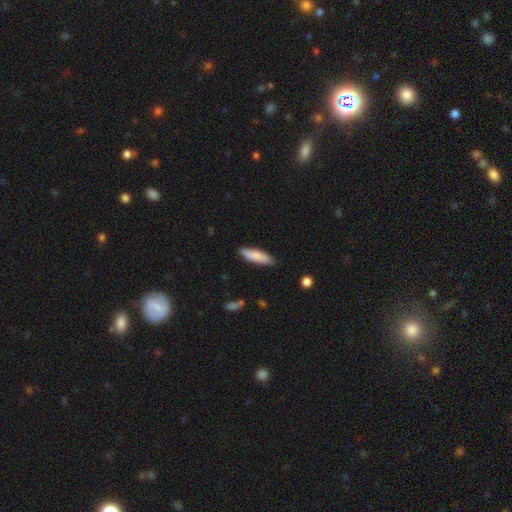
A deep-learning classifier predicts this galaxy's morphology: smooth 81%, featured or disk 13%, star or artifact 6%. Down the decision tree: how rounded — cigar-shaped (58%); merging — none (83%).